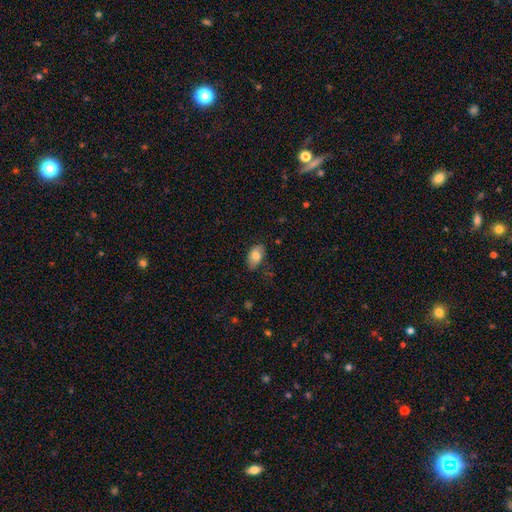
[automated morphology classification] Smooth or featured? Predicted: smooth (p=0.77). How rounded? Predicted: in between (p=0.92). Merging? Predicted: none (p=0.78).